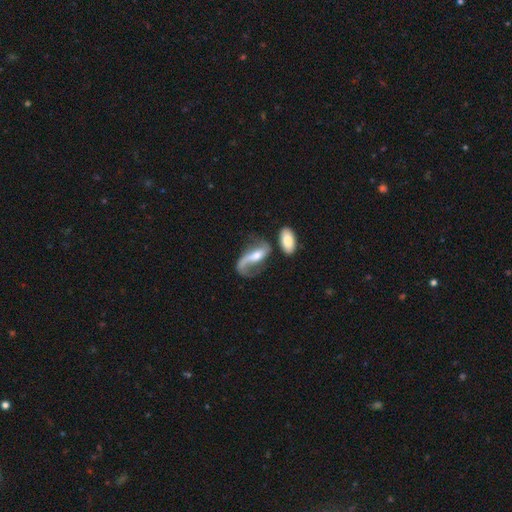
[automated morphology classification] smooth_or_featured: featured or disk (p=0.73) [alt: smooth p=0.20]
disk_edge_on: no (p=0.91) [alt: yes p=0.09]
bar: weak (p=0.35) [alt: strong p=0.33]
has_spiral_arms: yes (p=0.89) [alt: no p=0.11]
spiral_winding: loose (p=0.76) [alt: medium p=0.18]
spiral_arm_count: 2 (p=0.59) [alt: 1 p=0.35]
bulge_size: moderate (p=0.50) [alt: small p=0.34]
merging: none (p=0.38) [alt: major disturbance p=0.27]